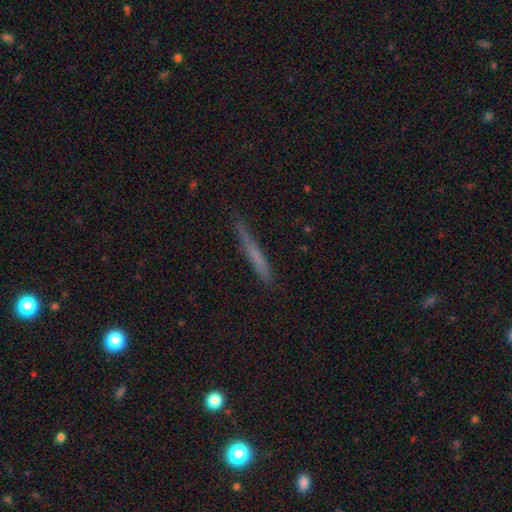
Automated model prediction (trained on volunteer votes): Q: Smooth or featured?
A: smooth (57%); runner-up: featured or disk (34%)
Q: How rounded?
A: cigar-shaped (95%); runner-up: in between (3%)
Q: Merging?
A: none (83%); runner-up: minor disturbance (13%)